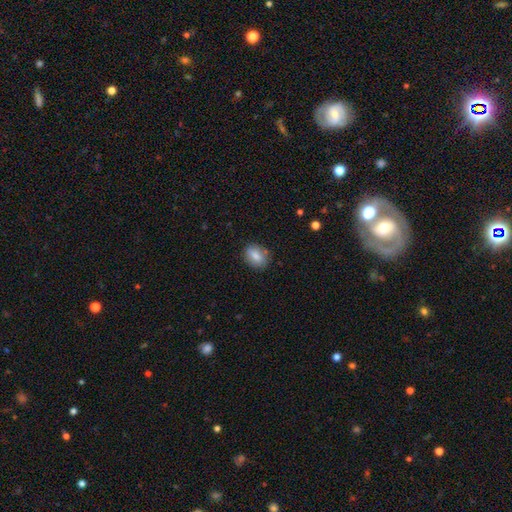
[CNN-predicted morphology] A smooth galaxy with no disk features (80%) that is in between round and cigar-shaped (68%). Merging: none (82%).